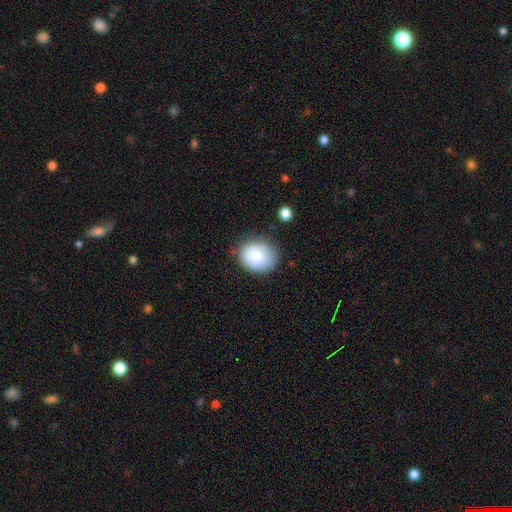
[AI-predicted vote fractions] smooth_or_featured: smooth (p=0.86) [alt: star or artifact p=0.07]
how_rounded: round (p=0.55) [alt: in between p=0.44]
merging: none (p=0.76) [alt: minor disturbance p=0.17]